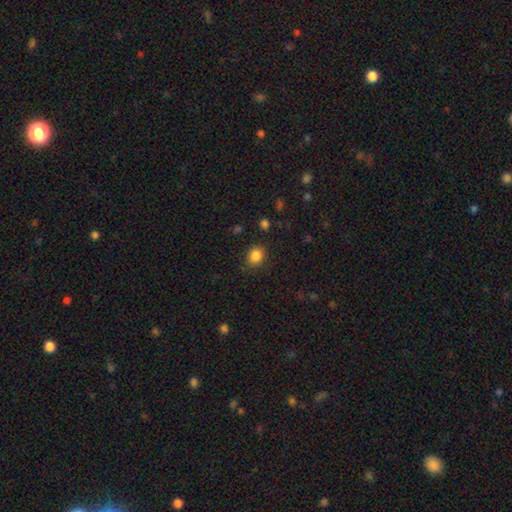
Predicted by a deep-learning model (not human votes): Smooth or featured: smooth — 86% (star or artifact — 11%)
How rounded: round — 61% (in between — 38%)
Merging: none — 85% (minor disturbance — 10%)